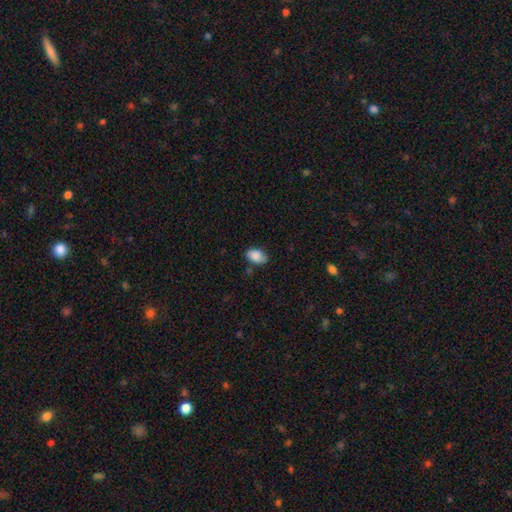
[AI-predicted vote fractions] Smooth or featured: smooth — 88% (star or artifact — 7%)
How rounded: in between — 90% (round — 8%)
Merging: none — 78% (minor disturbance — 17%)